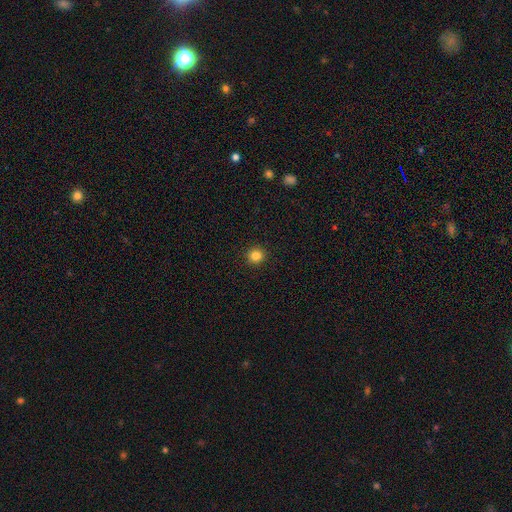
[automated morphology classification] Smooth or featured?
  - smooth: 84% *
  - star or artifact: 12%
  - featured or disk: 4%
How rounded?
  - round: 92% *
  - in between: 7%
  - cigar-shaped: 1%
Merging?
  - none: 92% *
  - minor disturbance: 5%
  - major disturbance: 2%
  - merger: 1%